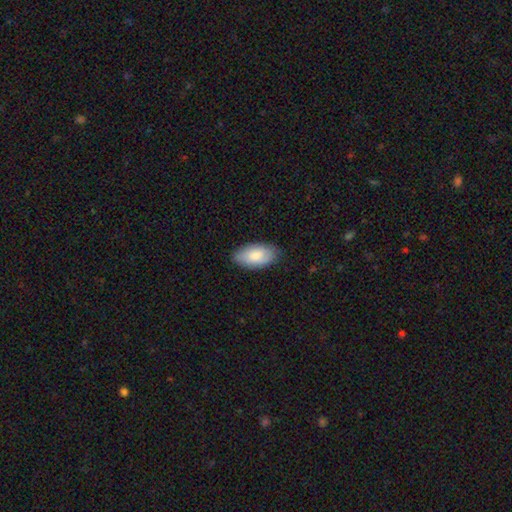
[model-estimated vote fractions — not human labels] Smooth or featured? Predicted: smooth (p=0.81). How rounded? Predicted: in between (p=0.94). Merging? Predicted: none (p=0.81).